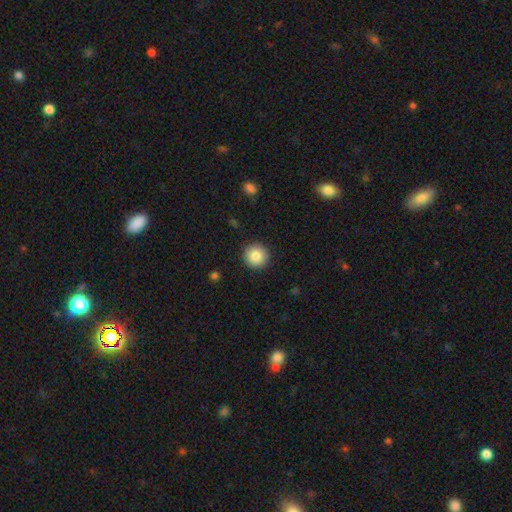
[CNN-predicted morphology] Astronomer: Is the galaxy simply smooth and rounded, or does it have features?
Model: smooth — 85%.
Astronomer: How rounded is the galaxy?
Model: round — 95%.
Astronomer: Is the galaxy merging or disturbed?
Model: none — 92%.